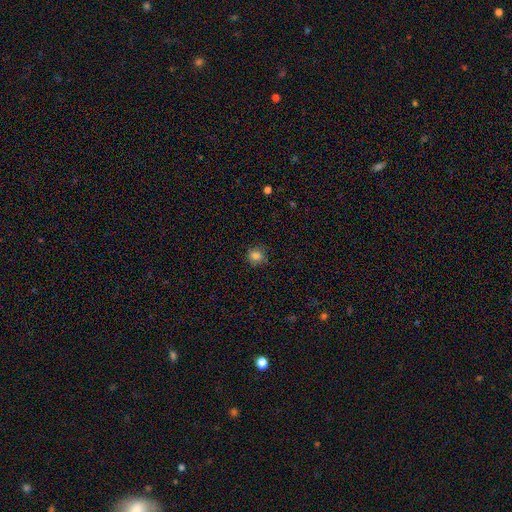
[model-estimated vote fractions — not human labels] This appears to be a smooth galaxy with no disk features (82%) that is round (71%). Merging: none (79%).